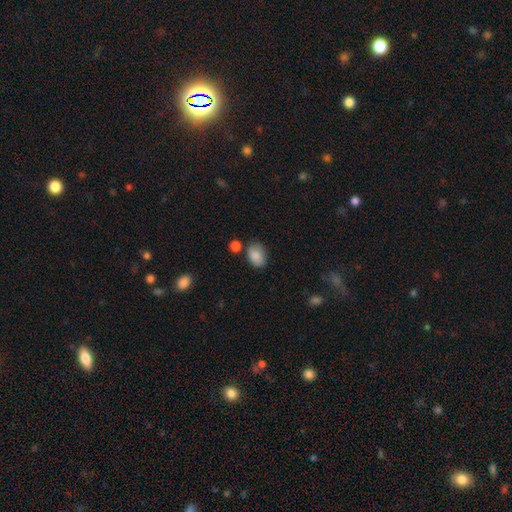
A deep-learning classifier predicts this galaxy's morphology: Smooth or featured?
  - smooth: 85% *
  - star or artifact: 8%
  - featured or disk: 7%
How rounded?
  - in between: 79% *
  - round: 20%
  - cigar-shaped: 1%
Merging?
  - none: 69% *
  - minor disturbance: 19%
  - merger: 7%
  - major disturbance: 4%